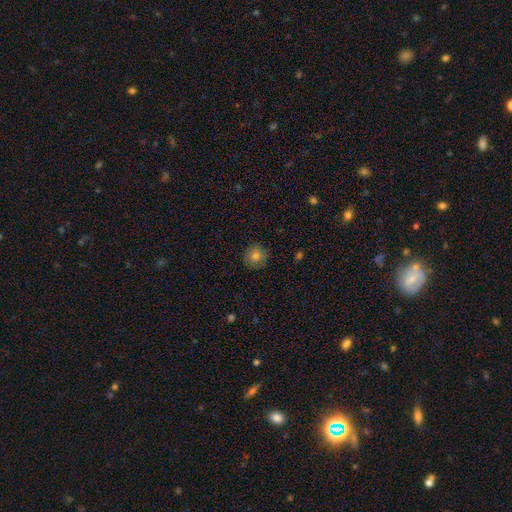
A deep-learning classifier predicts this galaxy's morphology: Smooth or featured? Predicted: smooth (p=0.82). How rounded? Predicted: round (p=0.88). Merging? Predicted: none (p=0.87).